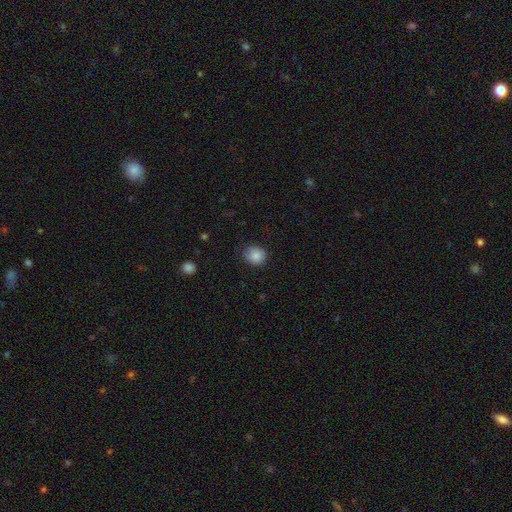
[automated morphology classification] This appears to be a smooth galaxy with no disk features (86%) that is round (74%). Merging: none (81%).